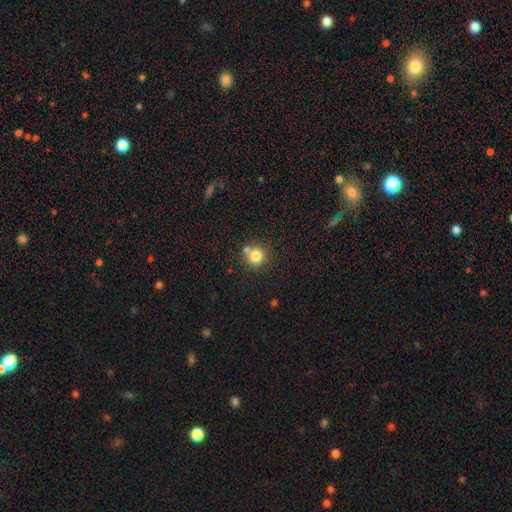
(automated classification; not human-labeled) This is likely a smooth galaxy (80%). How rounded: clearly round (88%). Merging: likely none (64%).